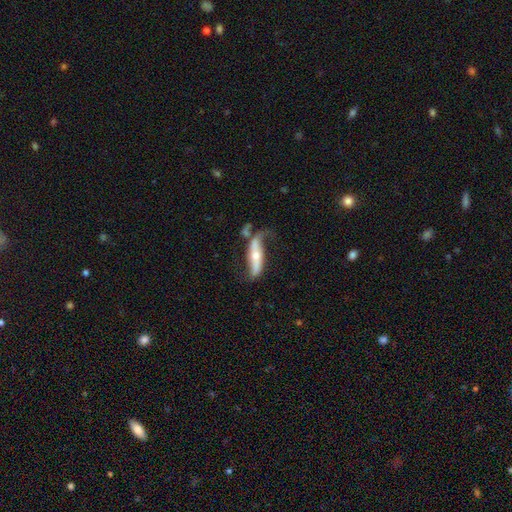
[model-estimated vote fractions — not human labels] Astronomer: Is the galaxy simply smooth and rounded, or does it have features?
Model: featured or disk — 69%.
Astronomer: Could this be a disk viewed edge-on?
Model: no — 66%.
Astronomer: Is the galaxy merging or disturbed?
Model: none — 43% (runner-up: minor disturbance, 25%).